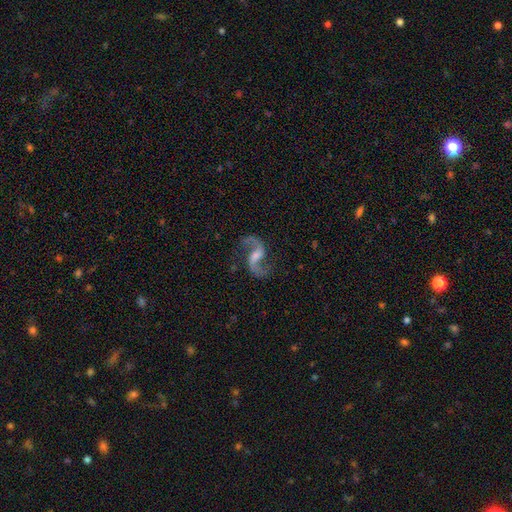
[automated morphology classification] A featured or disk galaxy (91%) with a weak bar (51%), 2 (94%) loose (67%) spiral arms (98%) and a small central bulge (39%).

Vote fractions:
- Smooth or featured? featured or disk: 91% / star or artifact: 5% / smooth: 3%
- Edge-on disk? no: 98% / yes: 2%
- Bar? weak: 51% / no: 27% / strong: 22%
- Spiral arms? yes: 98% / no: 2%
- Spiral winding? loose: 67% / medium: 29% / tight: 4%
- Spiral arm count? 2: 94% / 1: 1% / can't tell: 1% / 3: 1% / 4: 1% / more than 4: 1%
- Bulge size? small: 39% / moderate: 35% / none: 20% / large: 5% / dominant: 1%
- Merging? none: 80% / minor disturbance: 12% / major disturbance: 6% / merger: 2%